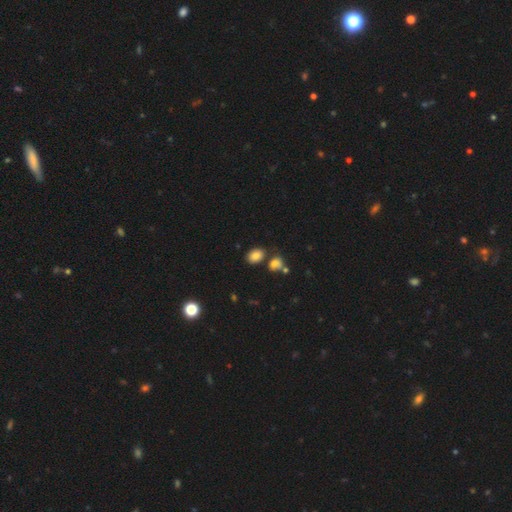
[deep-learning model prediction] The model was most divided on "how rounded": in between: 73%, round: 26%, cigar-shaped: 1%. More confident: smooth or featured — smooth (83%); merging — none (72%).